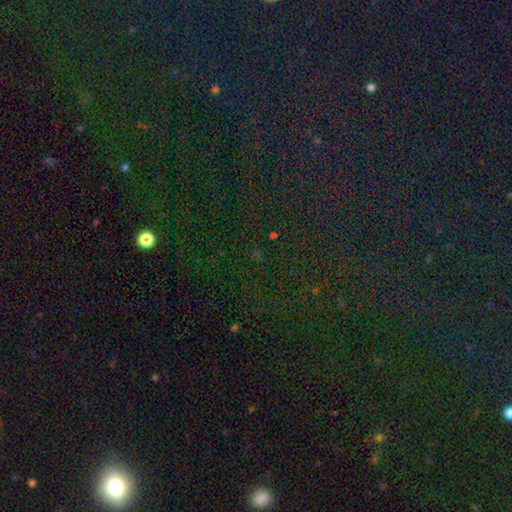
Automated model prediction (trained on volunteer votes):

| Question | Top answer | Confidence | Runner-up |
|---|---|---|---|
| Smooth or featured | star or artifact | 82% | smooth (11%) |